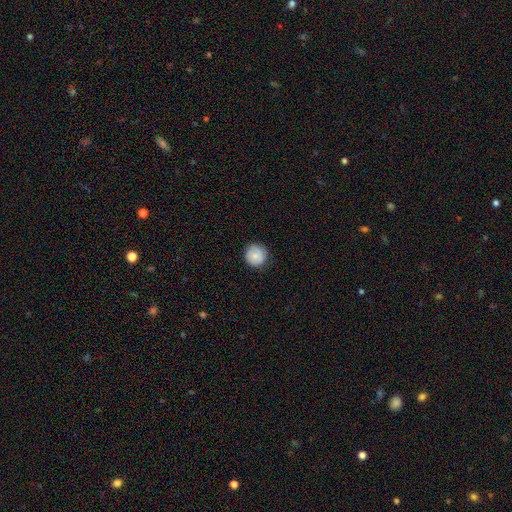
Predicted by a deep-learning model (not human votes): Smooth or featured: smooth — 80% (featured or disk — 13%)
How rounded: round — 94% (in between — 5%)
Merging: none — 85% (minor disturbance — 11%)